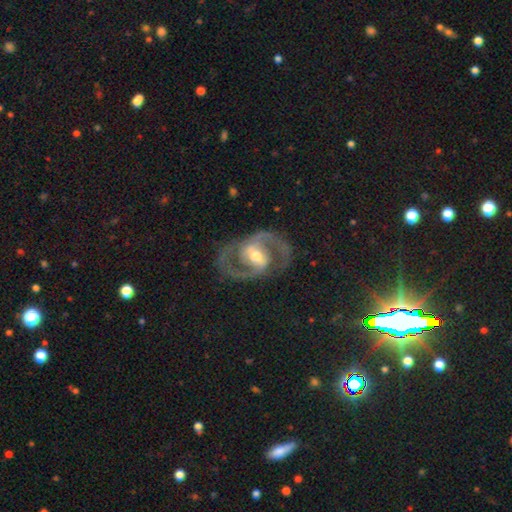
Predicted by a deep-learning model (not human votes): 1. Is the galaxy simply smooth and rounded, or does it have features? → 88% featured or disk, 7% smooth, 5% star or artifact.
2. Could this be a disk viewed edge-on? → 97% no, 3% yes.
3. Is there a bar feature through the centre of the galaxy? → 41% weak, 34% strong, 25% no.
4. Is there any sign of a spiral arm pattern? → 90% yes, 10% no.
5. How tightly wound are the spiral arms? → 59% medium, 22% tight, 19% loose.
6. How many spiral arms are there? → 91% 2, 4% can't tell, 2% 1, 1% 3, 1% 4, 1% more than 4.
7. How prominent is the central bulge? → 71% moderate, 16% small, 11% large, 1% dominant, 1% none.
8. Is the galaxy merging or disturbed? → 79% none, 12% minor disturbance, 7% major disturbance, 1% merger.